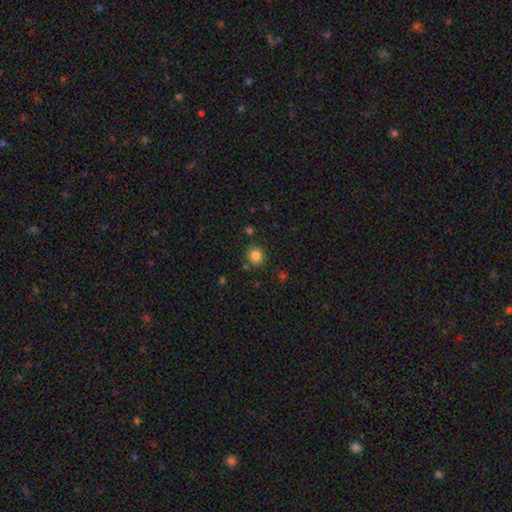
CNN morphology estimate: Smooth or featured?
  - smooth: 84% *
  - star or artifact: 11%
  - featured or disk: 4%
How rounded?
  - round: 87% *
  - in between: 13%
  - cigar-shaped: 1%
Merging?
  - none: 85% *
  - minor disturbance: 9%
  - merger: 4%
  - major disturbance: 3%